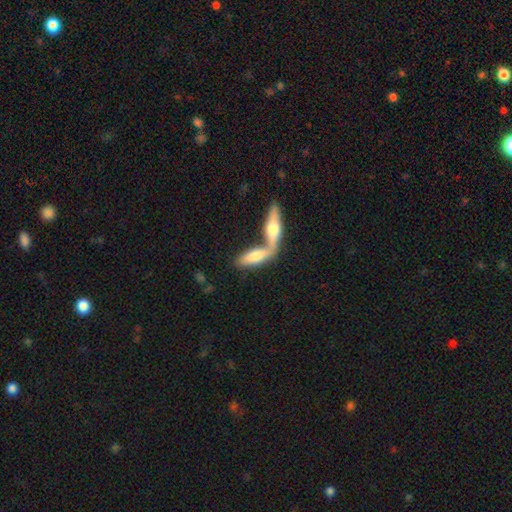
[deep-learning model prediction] Morphology: type=smooth (65%); roundness=in between (55%); merging=merger (61%).